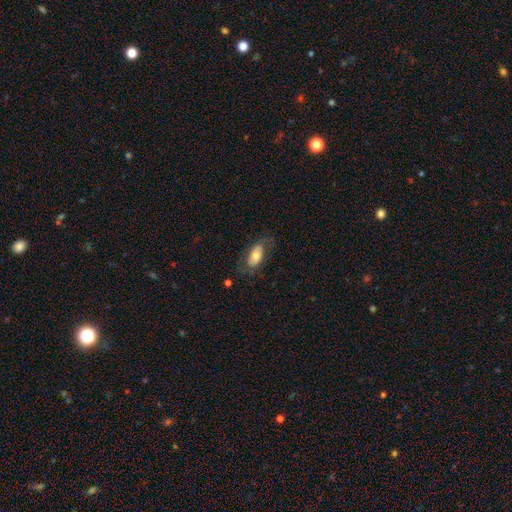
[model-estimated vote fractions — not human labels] Smooth or featured? smooth (64%)
How rounded? in between (89%)
Merging? none (67%)